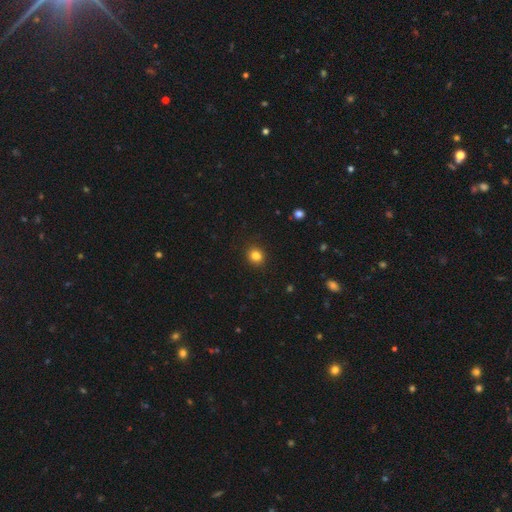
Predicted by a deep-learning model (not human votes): Smooth or featured? Predicted: smooth (p=0.83). How rounded? Predicted: round (p=0.81). Merging? Predicted: none (p=0.91).